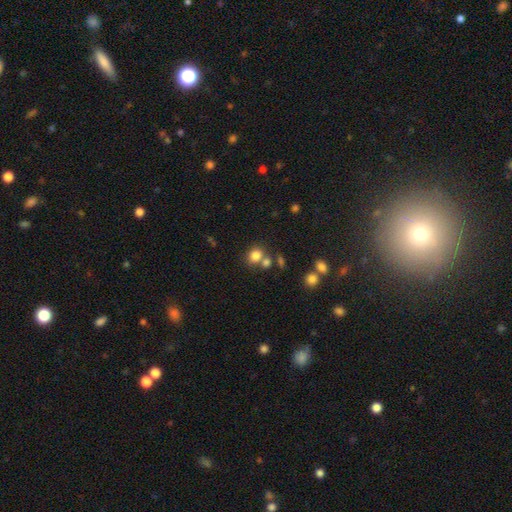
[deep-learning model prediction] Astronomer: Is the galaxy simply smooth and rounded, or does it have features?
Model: smooth — 80%.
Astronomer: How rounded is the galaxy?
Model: round — 64%.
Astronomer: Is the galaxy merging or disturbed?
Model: none — 56%.